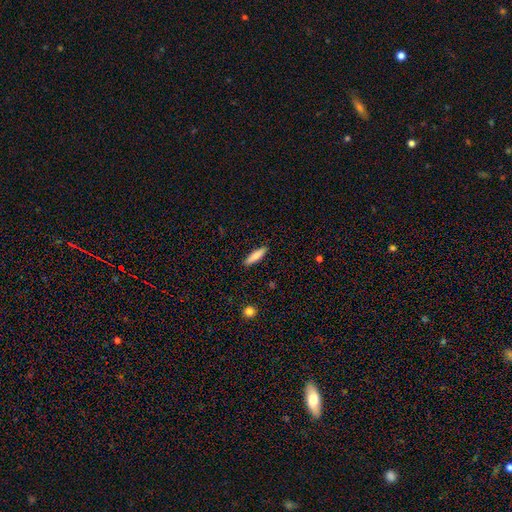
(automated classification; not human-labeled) Overall: smooth (80%). How rounded: cigar-shaped (77%). Merging: none (90%).